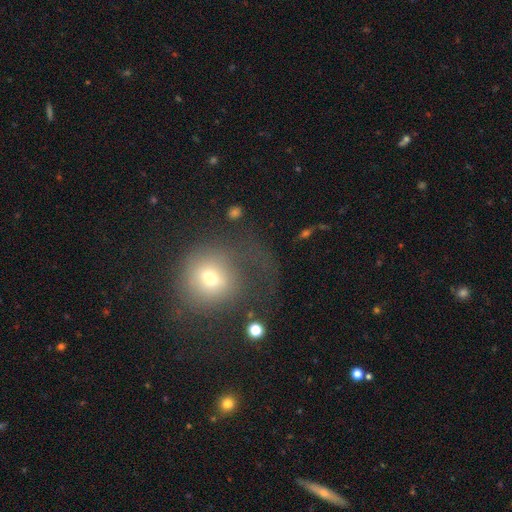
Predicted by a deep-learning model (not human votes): Overall: smooth (59%; featured or disk 24%). How rounded: round (85%). Merging: major disturbance (41%; none 37%).